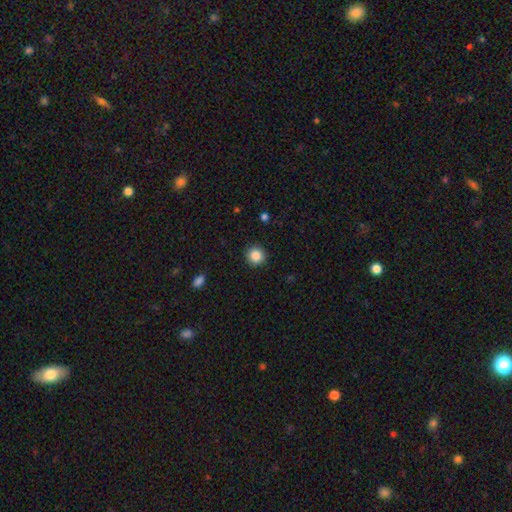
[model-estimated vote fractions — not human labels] Q: Smooth or featured?
A: smooth (87%); runner-up: star or artifact (10%)
Q: How rounded?
A: round (93%); runner-up: in between (6%)
Q: Merging?
A: none (91%); runner-up: minor disturbance (6%)